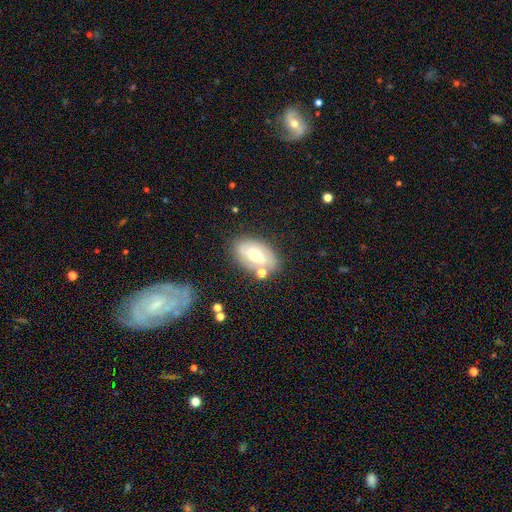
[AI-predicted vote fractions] Smooth or featured?
  - featured or disk: 48% *
  - smooth: 43%
  - star or artifact: 8%
Merging?
  - none: 67% *
  - minor disturbance: 17%
  - merger: 11%
  - major disturbance: 5%